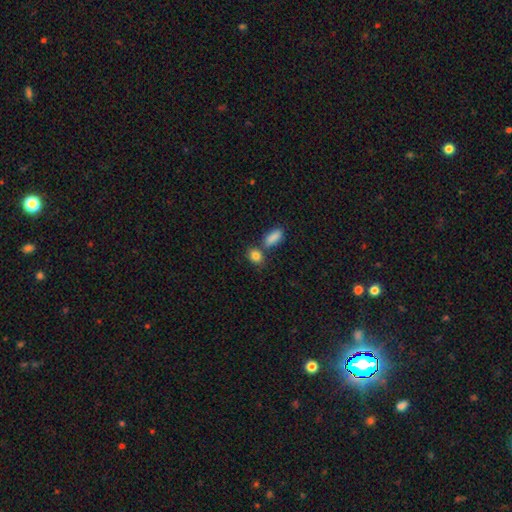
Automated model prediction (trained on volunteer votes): Morphology: type=smooth (85%); roundness=in between (59%); merging=none (57%).